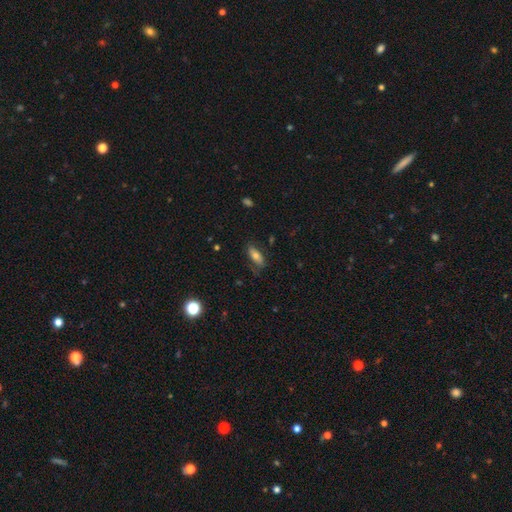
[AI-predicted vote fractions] The model was most divided on "smooth or featured": smooth: 68%, featured or disk: 24%, star or artifact: 8%. More confident: how rounded — in between (79%); merging — none (68%).